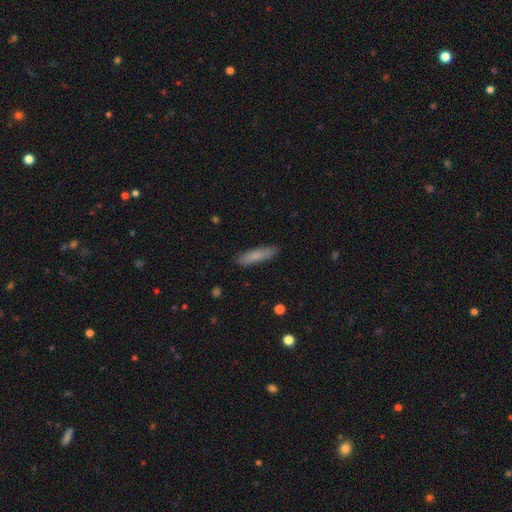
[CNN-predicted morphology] Smooth or featured? smooth (79%)
How rounded? cigar-shaped (78%)
Merging? none (88%)